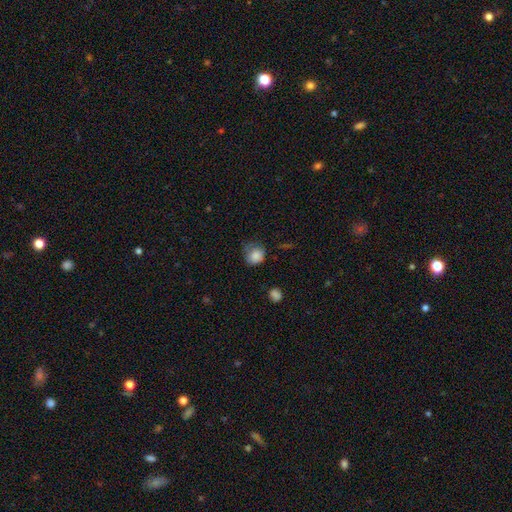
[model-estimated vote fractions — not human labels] smooth-or-featured: smooth: 84% | star or artifact: 9% | featured or disk: 7%
  how-rounded: round: 79% | in between: 20% | cigar-shaped: 1%
  merging: none: 52% | minor disturbance: 34% | major disturbance: 12% | merger: 2%